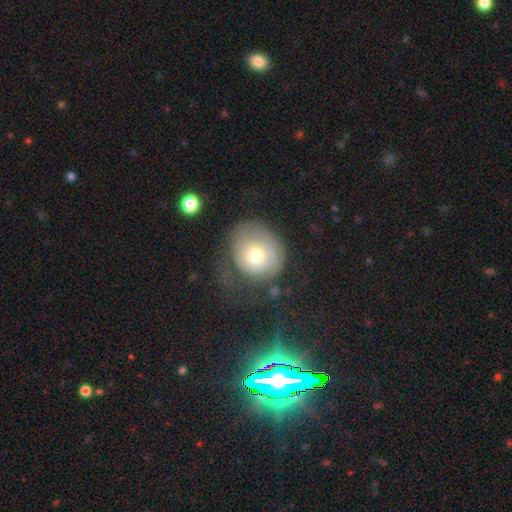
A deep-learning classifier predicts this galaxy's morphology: A featured or disk galaxy (47%). Merging: none (47%).